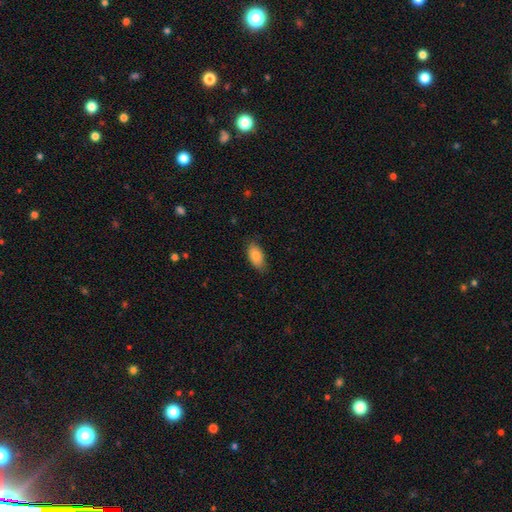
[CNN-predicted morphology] Smooth or featured? Predicted: smooth (p=0.85). How rounded? Predicted: in between (p=0.92). Merging? Predicted: none (p=0.81).